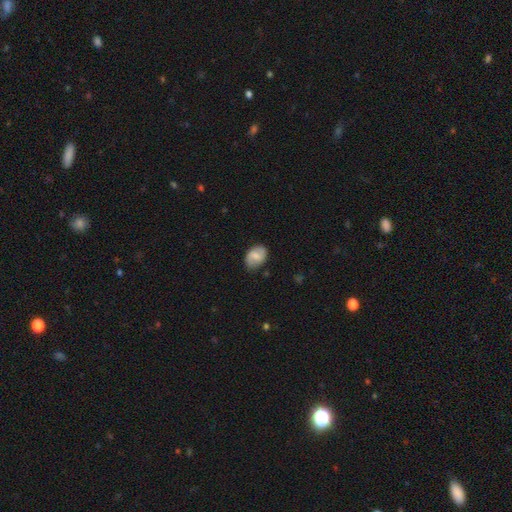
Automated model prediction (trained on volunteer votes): smooth-or-featured: smooth: 54% | featured or disk: 38% | star or artifact: 7%
  how-rounded: in between: 76% | round: 23% | cigar-shaped: 1%
  merging: none: 79% | minor disturbance: 16% | major disturbance: 3% | merger: 1%